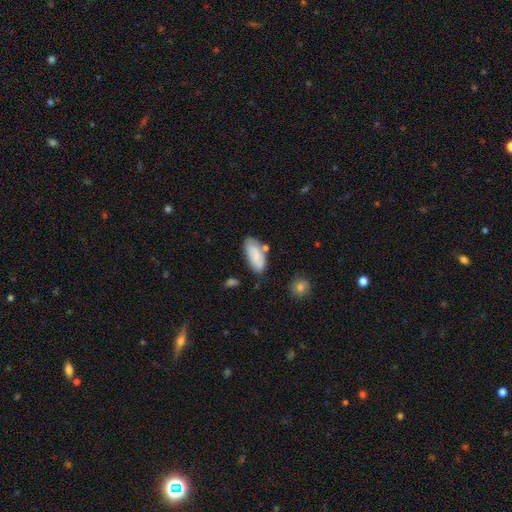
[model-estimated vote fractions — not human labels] Smooth or featured?
  - smooth: 67% *
  - featured or disk: 26%
  - star or artifact: 7%
How rounded?
  - in between: 90% *
  - cigar-shaped: 7%
  - round: 2%
Merging?
  - none: 64% *
  - minor disturbance: 22%
  - merger: 8%
  - major disturbance: 5%